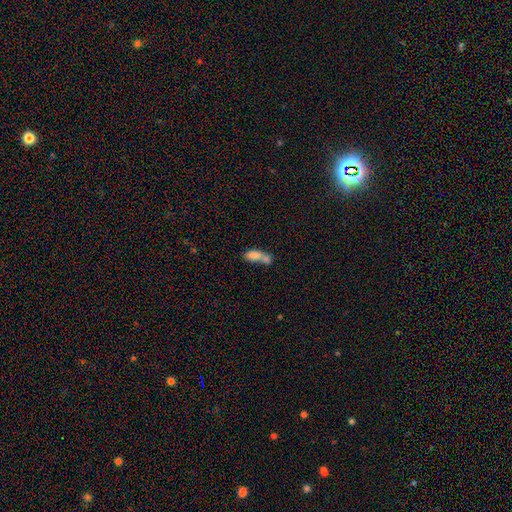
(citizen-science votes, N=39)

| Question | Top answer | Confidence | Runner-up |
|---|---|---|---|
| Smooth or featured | smooth | 87% | featured or disk (13%) |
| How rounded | in between | 91% | cigar-shaped (9%) |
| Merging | merger | 72% | minor disturbance (13%) |